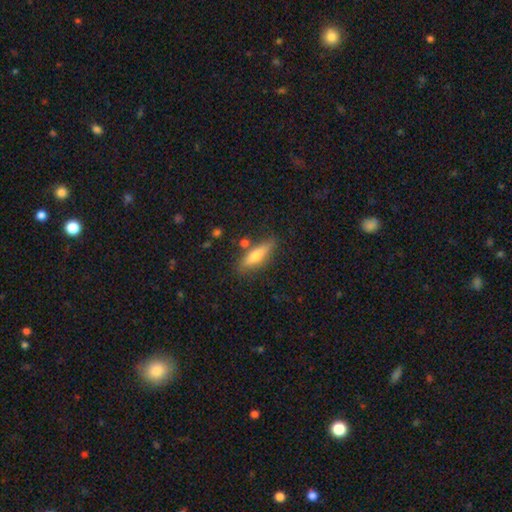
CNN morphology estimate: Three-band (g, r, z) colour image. It shows a smooth galaxy with no disk features (62%) that is cigar-shaped (64%). Merging: none (79%).